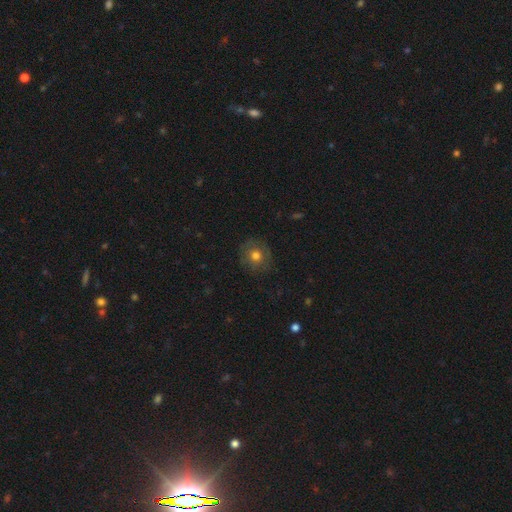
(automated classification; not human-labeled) smooth-or-featured: smooth: 69% | featured or disk: 19% | star or artifact: 12%
  how-rounded: round: 86% | in between: 13% | cigar-shaped: 1%
  merging: none: 83% | minor disturbance: 11% | major disturbance: 4% | merger: 1%